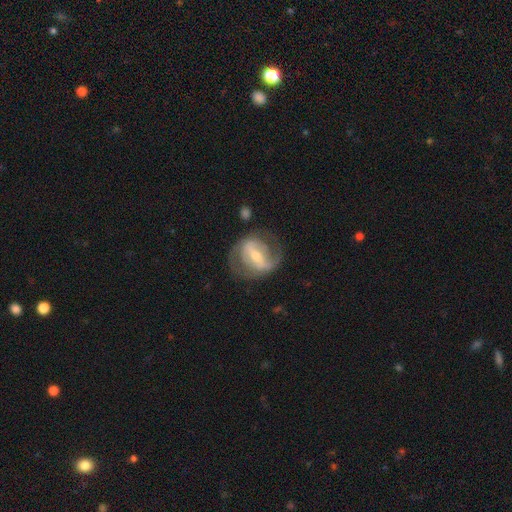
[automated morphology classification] Smooth or featured? featured or disk (76%)
Edge-on disk? no (94%)
Bar? strong (58%)
Spiral arms? yes (67%)
Bulge size? moderate (49%)
Merging? none (63%)